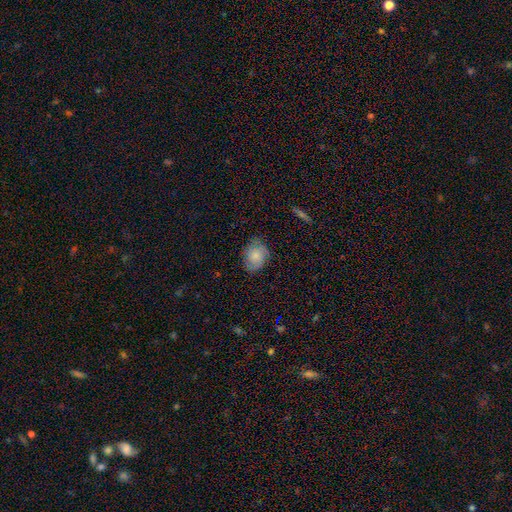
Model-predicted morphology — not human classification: Smooth or featured? smooth (64%)
How rounded? in between (55%)
Merging? none (71%)